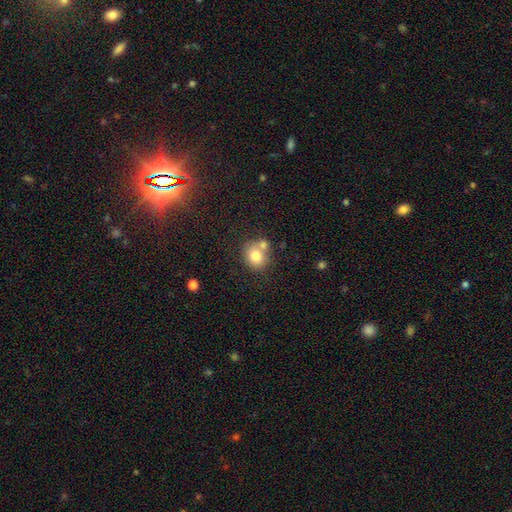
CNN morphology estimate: A smooth galaxy with no disk features (77%) that is round (78%). Merging: none (51%).